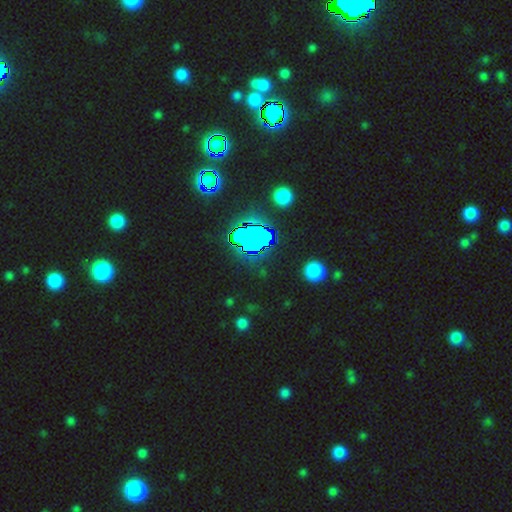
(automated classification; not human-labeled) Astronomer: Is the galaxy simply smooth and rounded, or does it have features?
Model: star or artifact — 76%.